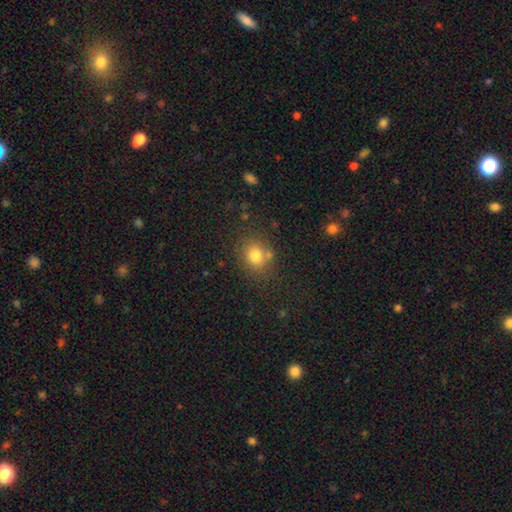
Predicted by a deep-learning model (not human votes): Smooth or featured?
  - smooth: 78% *
  - star or artifact: 13%
  - featured or disk: 9%
How rounded?
  - round: 71% *
  - in between: 28%
  - cigar-shaped: 1%
Merging?
  - none: 71% *
  - minor disturbance: 13%
  - merger: 11%
  - major disturbance: 5%